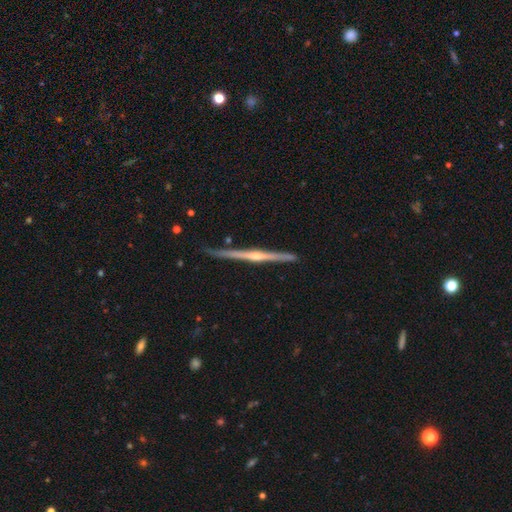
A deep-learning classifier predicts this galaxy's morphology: Overall: featured or disk (83%). Edge-on disk: yes (98%). Edge-on bulge: rounded (78%). Merging: none (87%).